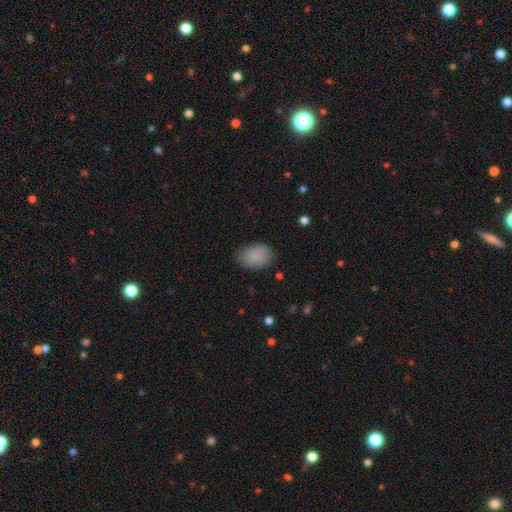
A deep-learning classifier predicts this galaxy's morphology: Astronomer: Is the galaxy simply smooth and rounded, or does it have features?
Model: smooth — 87%.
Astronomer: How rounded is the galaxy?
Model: in between — 82%.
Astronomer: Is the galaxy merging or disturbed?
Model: none — 81%.